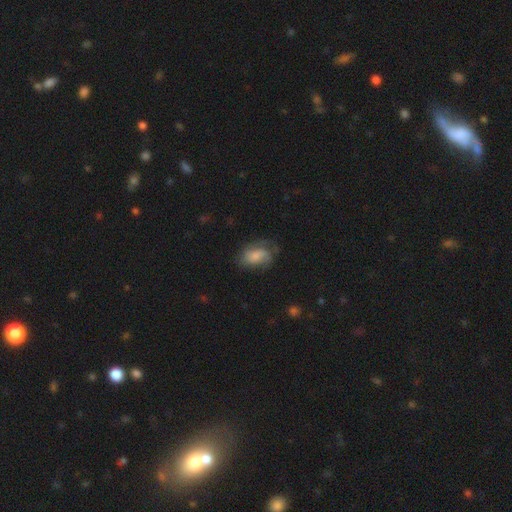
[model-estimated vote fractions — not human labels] smooth_or_featured: smooth (p=0.58) [alt: featured or disk p=0.34]
how_rounded: in between (p=0.86) [alt: round p=0.12]
merging: none (p=0.49) [alt: minor disturbance p=0.29]